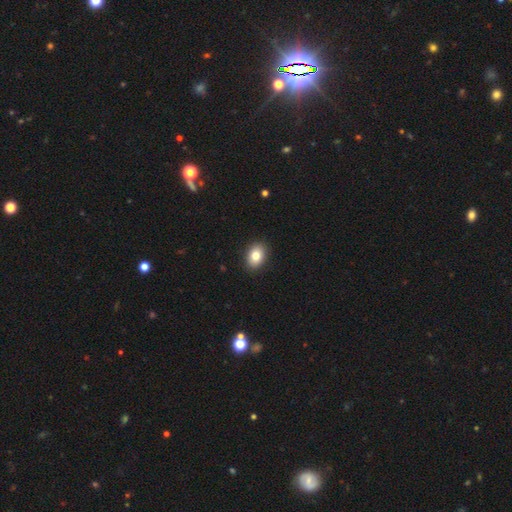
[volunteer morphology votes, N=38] Volunteers were most divided on "how rounded": in between: 73%, round: 27%, cigar-shaped: 0%. More confident: merging — none (85%); smooth or featured — smooth (79%).